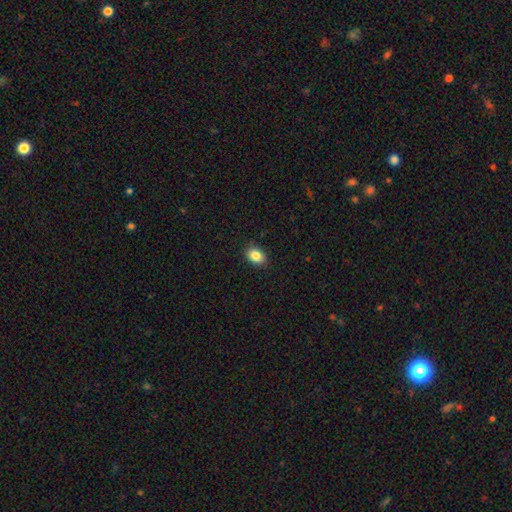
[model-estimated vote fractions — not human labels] Smooth or featured?
  - smooth: 86% *
  - star or artifact: 8%
  - featured or disk: 6%
How rounded?
  - in between: 78% *
  - round: 21%
  - cigar-shaped: 1%
Merging?
  - none: 89% *
  - minor disturbance: 9%
  - major disturbance: 2%
  - merger: 1%